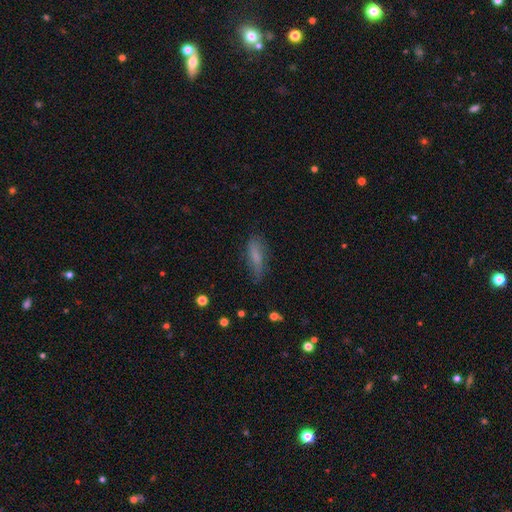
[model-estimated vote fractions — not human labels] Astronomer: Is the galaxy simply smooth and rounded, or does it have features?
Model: smooth — 69%.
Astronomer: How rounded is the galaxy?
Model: in between — 56% (runner-up: cigar-shaped, 42%).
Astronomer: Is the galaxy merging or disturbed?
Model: none — 68%.